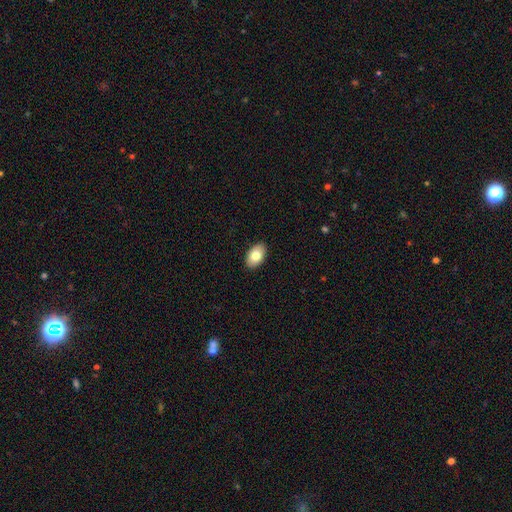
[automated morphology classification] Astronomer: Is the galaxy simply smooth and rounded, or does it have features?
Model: smooth — 80%.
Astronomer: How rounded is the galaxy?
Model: in between — 92%.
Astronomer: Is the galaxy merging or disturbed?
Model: none — 90%.